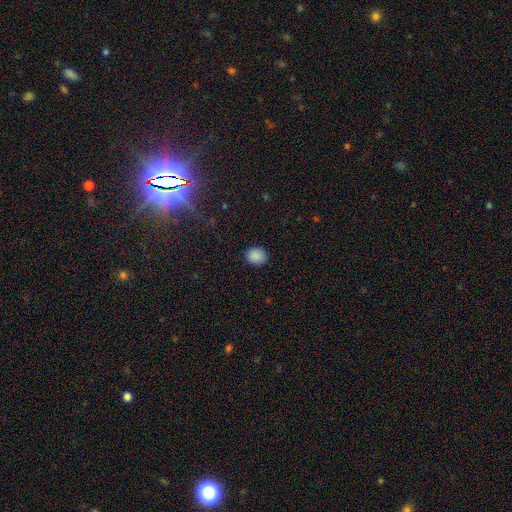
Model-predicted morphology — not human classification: This appears to be a smooth galaxy with no disk features (88%) that is round (75%). Merging: none (90%).